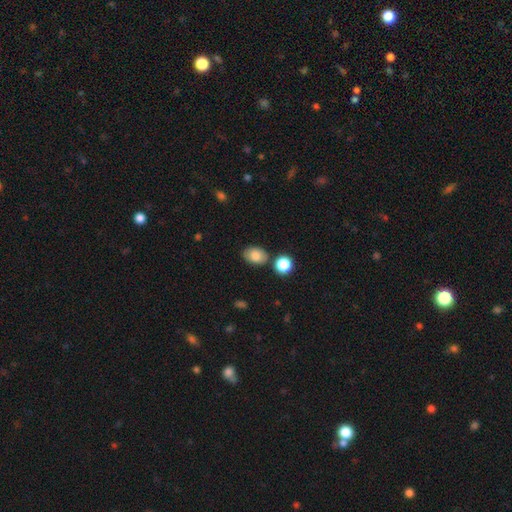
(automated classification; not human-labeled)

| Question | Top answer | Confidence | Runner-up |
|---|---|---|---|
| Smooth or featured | smooth | 84% | star or artifact (8%) |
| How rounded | in between | 80% | round (19%) |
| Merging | none | 77% | minor disturbance (13%) |